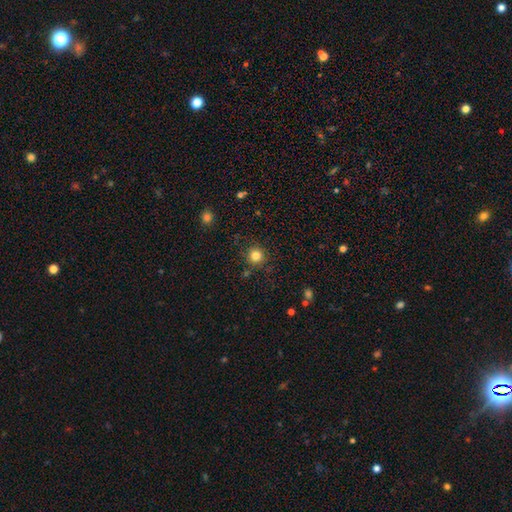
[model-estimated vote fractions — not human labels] Overall: smooth (82%). How rounded: round (94%). Merging: none (87%).